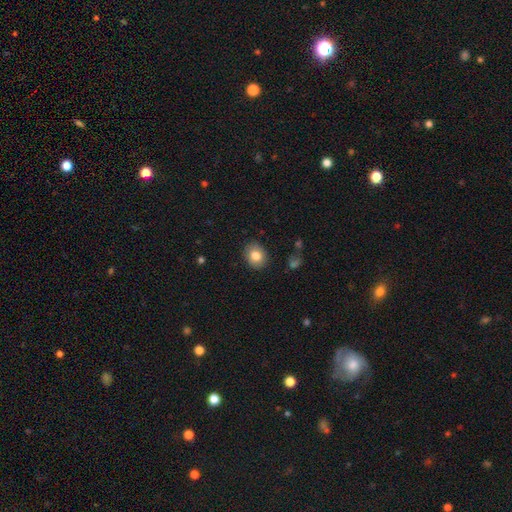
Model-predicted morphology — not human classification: Smooth or featured? smooth (81%)
How rounded? round (59%)
Merging? none (88%)